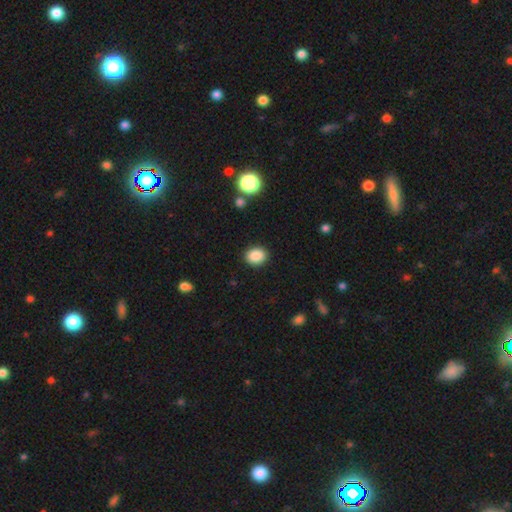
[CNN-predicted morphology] A smooth galaxy with no disk features (87%) that is round (52%).

Vote fractions:
- Smooth or featured? smooth: 87% / star or artifact: 9% / featured or disk: 4%
- How rounded? round: 52% / in between: 47% / cigar-shaped: 1%
- Merging? none: 89% / minor disturbance: 7% / major disturbance: 2% / merger: 1%